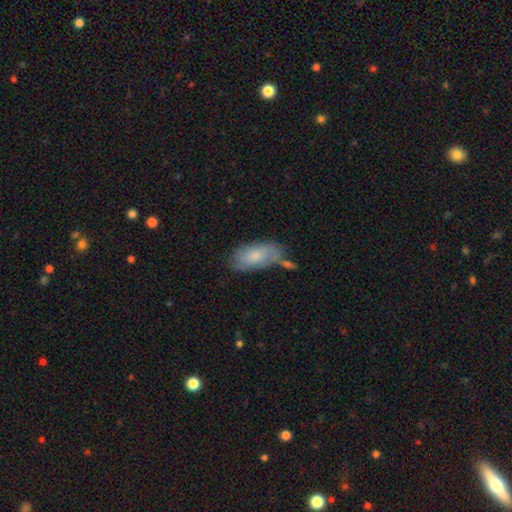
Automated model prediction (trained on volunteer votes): smooth 75%, featured or disk 19%, star or artifact 6%. Down the decision tree: how rounded — in between (91%); merging — none (58%).